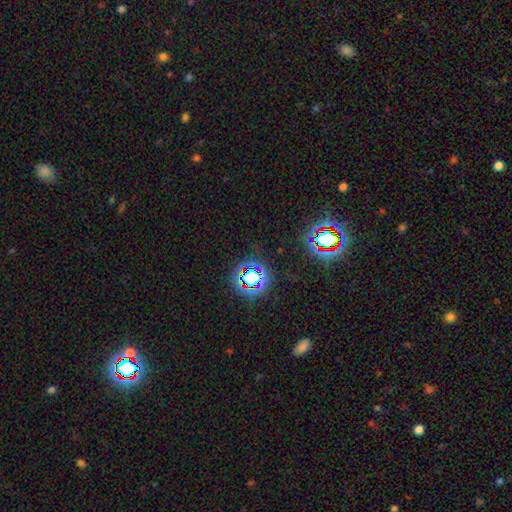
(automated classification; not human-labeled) smooth_or_featured: star or artifact (p=0.78) [alt: smooth p=0.14]